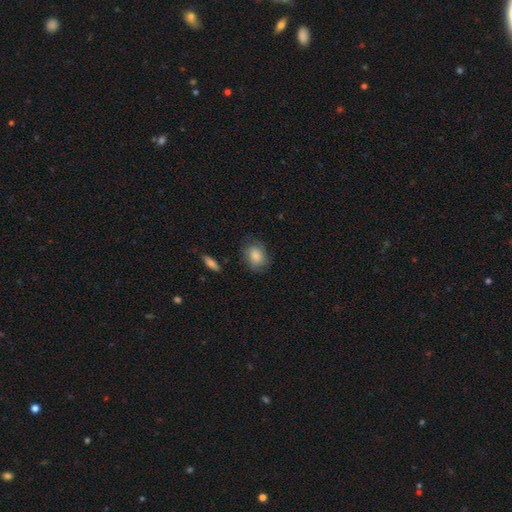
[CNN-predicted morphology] smooth 81%, featured or disk 12%, star or artifact 7%. Down the decision tree: how rounded — in between (55%); merging — none (71%).